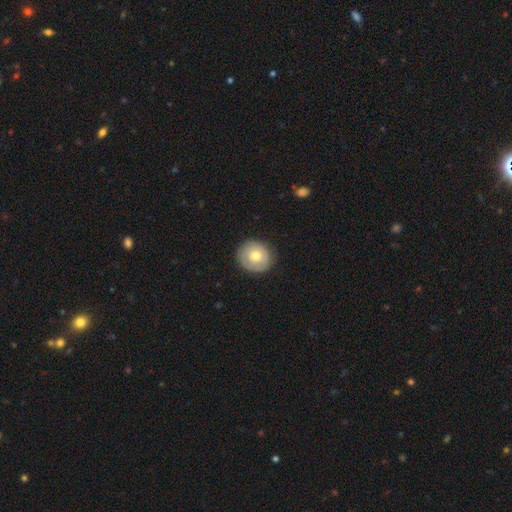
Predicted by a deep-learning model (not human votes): A smooth galaxy with no disk features (63%) that is round (84%).

Vote fractions:
- Smooth or featured? smooth: 63% / featured or disk: 31% / star or artifact: 6%
- How rounded? round: 84% / in between: 15% / cigar-shaped: 1%
- Merging? none: 84% / minor disturbance: 12% / major disturbance: 3% / merger: 1%